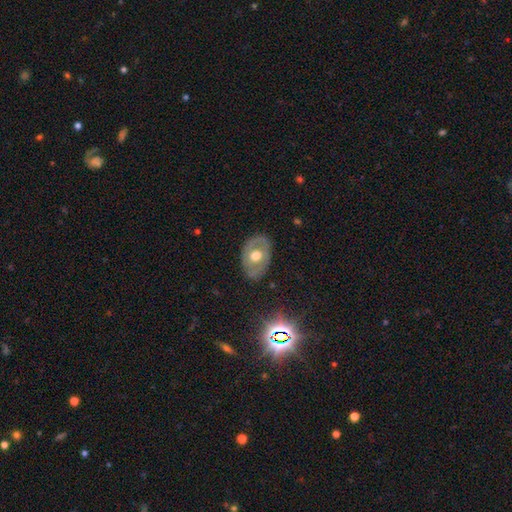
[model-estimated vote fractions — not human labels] smooth-or-featured: featured or disk: 54% | smooth: 39% | star or artifact: 7%
  disk-edge-on: no: 91% | yes: 9%
  merging: none: 77% | minor disturbance: 16% | major disturbance: 5% | merger: 1%